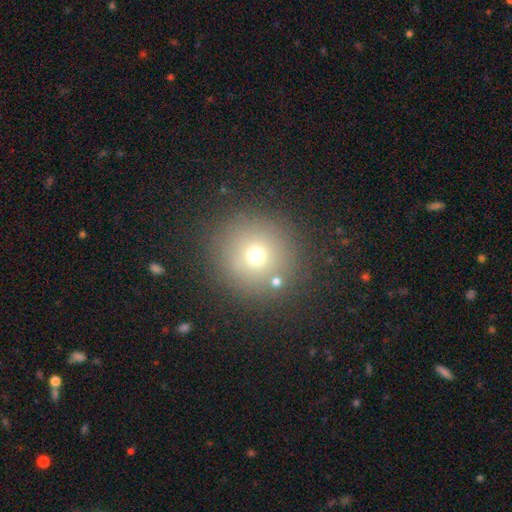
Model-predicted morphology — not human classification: smooth_or_featured: smooth (p=0.68) [alt: star or artifact p=0.20]
how_rounded: round (p=0.95) [alt: in between p=0.04]
merging: none (p=0.86) [alt: minor disturbance p=0.07]